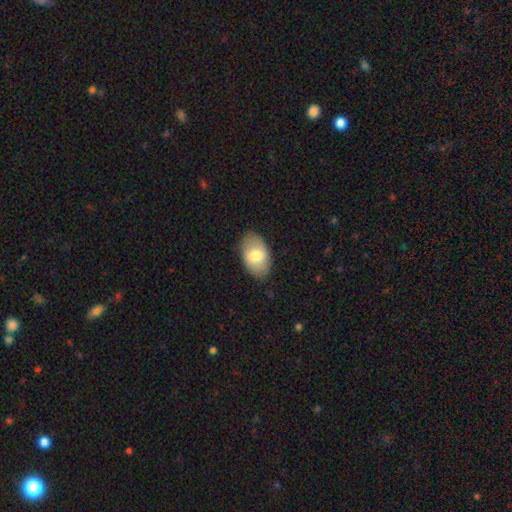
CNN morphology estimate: Q: Smooth or featured?
A: smooth (72%); runner-up: featured or disk (22%)
Q: How rounded?
A: in between (92%); runner-up: round (7%)
Q: Merging?
A: none (84%); runner-up: minor disturbance (12%)